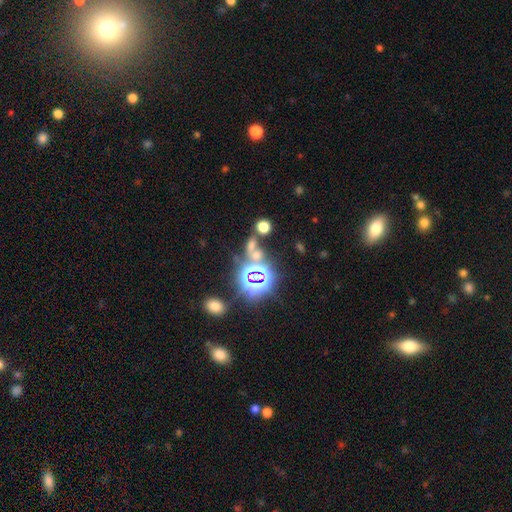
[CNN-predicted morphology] smooth_or_featured: star or artifact (p=0.61) [alt: smooth p=0.29]